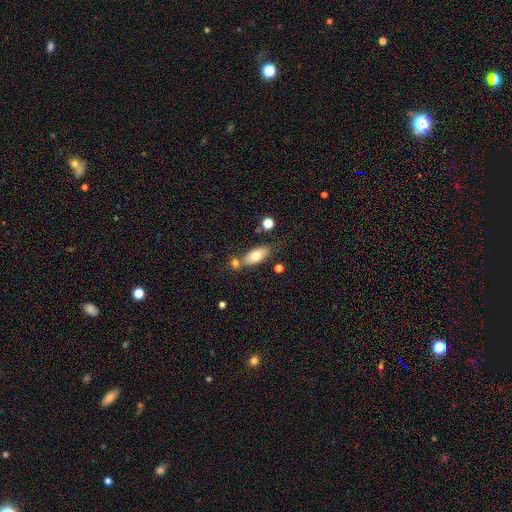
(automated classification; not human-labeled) The model was most divided on "merging": none: 64%, merger: 17%, minor disturbance: 15%, major disturbance: 4%. More confident: how rounded — in between (82%); smooth or featured — smooth (74%).